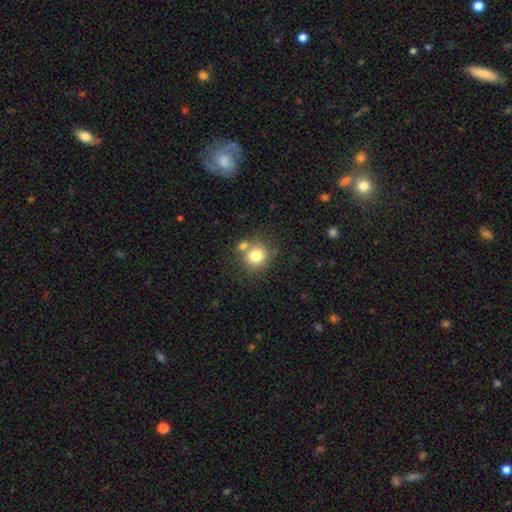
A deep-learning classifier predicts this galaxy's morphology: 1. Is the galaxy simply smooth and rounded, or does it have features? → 78% smooth, 11% star or artifact, 11% featured or disk.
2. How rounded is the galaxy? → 84% round, 15% in between, 1% cigar-shaped.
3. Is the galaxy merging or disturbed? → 63% none, 23% merger, 11% minor disturbance, 4% major disturbance.